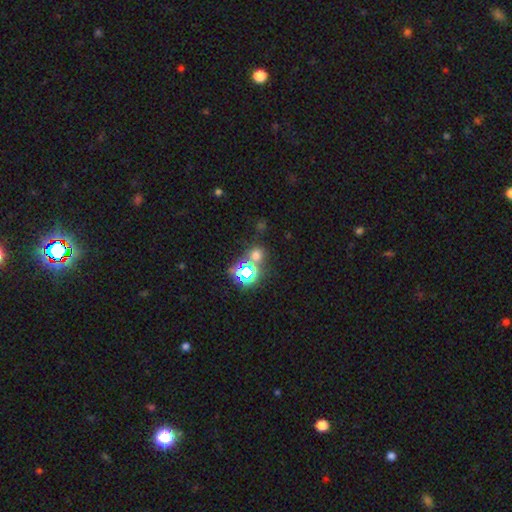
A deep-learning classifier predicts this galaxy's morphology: Smooth or featured? Predicted: smooth (p=0.49). Merging? Predicted: none (p=0.68).